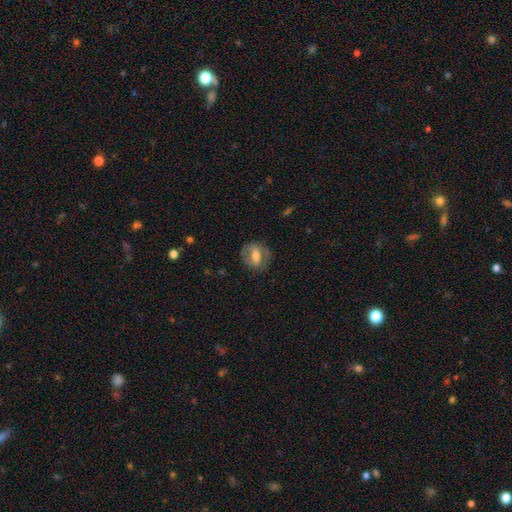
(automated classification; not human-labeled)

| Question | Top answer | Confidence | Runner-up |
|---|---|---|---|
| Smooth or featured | featured or disk | 48% | smooth (45%) |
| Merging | none | 76% | minor disturbance (16%) |